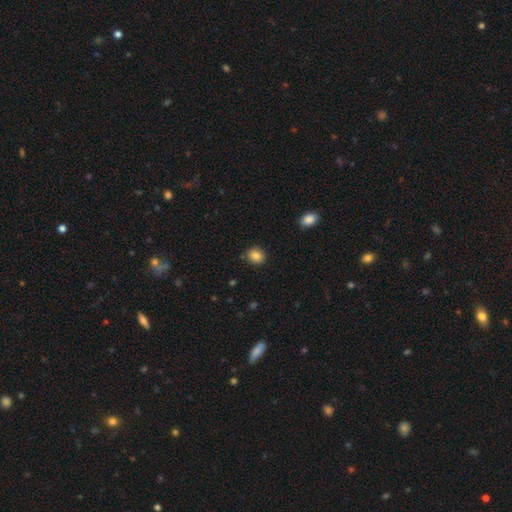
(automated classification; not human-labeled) Smooth or featured: smooth — 85% (star or artifact — 9%)
How rounded: round — 70% (in between — 29%)
Merging: none — 86% (minor disturbance — 10%)